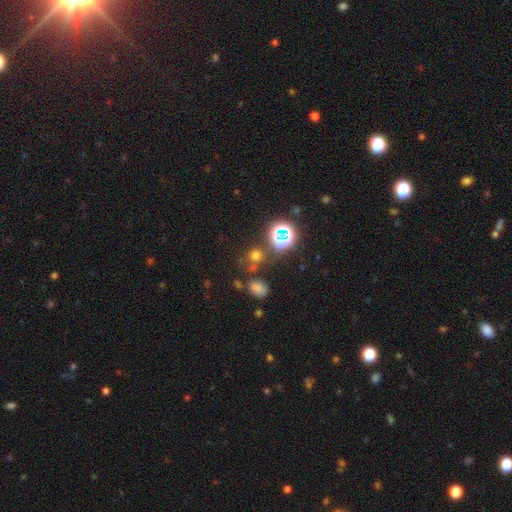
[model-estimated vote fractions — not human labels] smooth 58%, star or artifact 35%, featured or disk 7%. Down the decision tree: how rounded — round (80%); merging — none (69%).